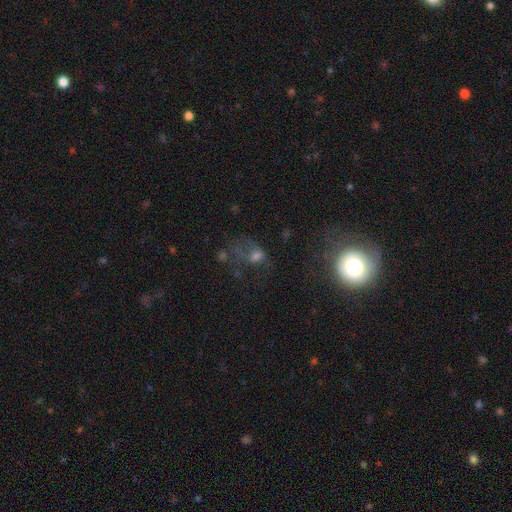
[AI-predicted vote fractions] Smooth or featured?
  - smooth: 36% *
  - featured or disk: 33%
  - star or artifact: 30%
Merging?
  - major disturbance: 40% *
  - none: 35%
  - minor disturbance: 16%
  - merger: 10%